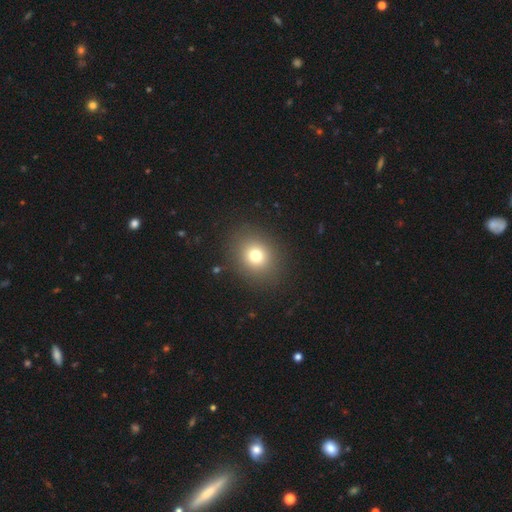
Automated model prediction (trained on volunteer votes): This appears to be a smooth galaxy with no disk features (76%) that is round (68%). Merging: none (87%).